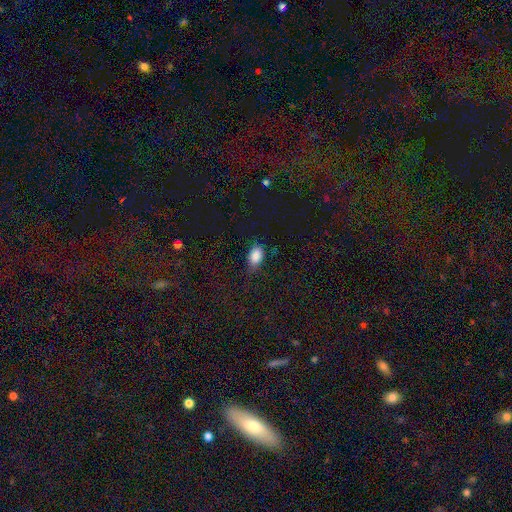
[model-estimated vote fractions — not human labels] smooth_or_featured: smooth (p=0.85) [alt: star or artifact p=0.09]
how_rounded: in between (p=0.88) [alt: round p=0.09]
merging: none (p=0.61) [alt: minor disturbance p=0.29]